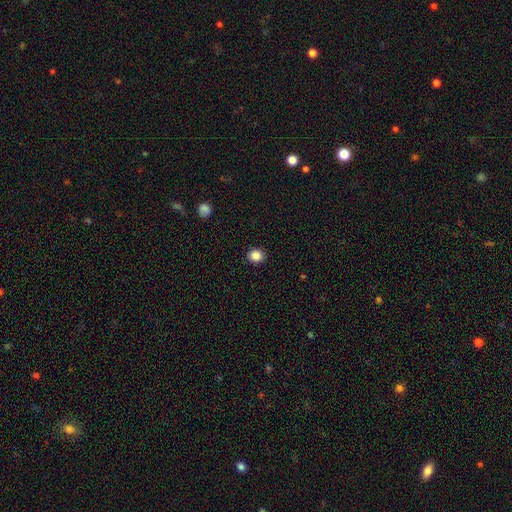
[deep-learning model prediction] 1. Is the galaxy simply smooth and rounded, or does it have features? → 86% smooth, 10% star or artifact, 4% featured or disk.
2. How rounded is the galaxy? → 79% round, 20% in between, 1% cigar-shaped.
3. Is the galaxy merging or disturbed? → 92% none, 6% minor disturbance, 2% major disturbance, 1% merger.